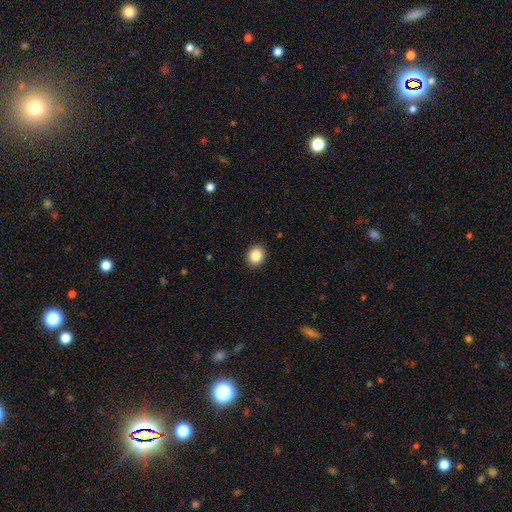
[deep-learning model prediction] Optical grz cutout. It shows a smooth galaxy with no disk features (87%) that is round (57%). Merging: none (90%).